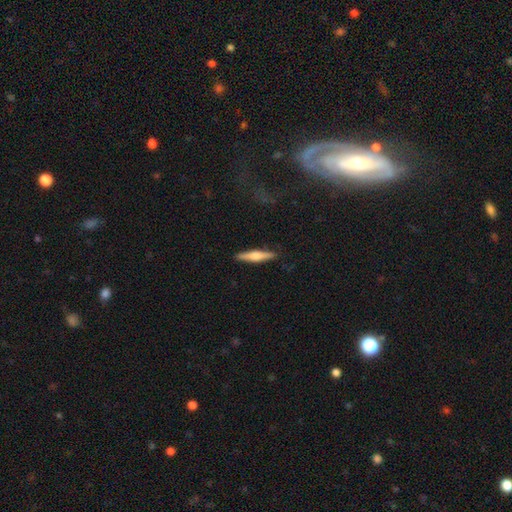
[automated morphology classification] A smooth galaxy with no disk features (53%) that is cigar-shaped (88%).

Vote fractions:
- Smooth or featured? smooth: 53% / featured or disk: 42% / star or artifact: 5%
- How rounded? cigar-shaped: 88% / in between: 10% / round: 2%
- Merging? none: 90% / minor disturbance: 8% / major disturbance: 2% / merger: 1%